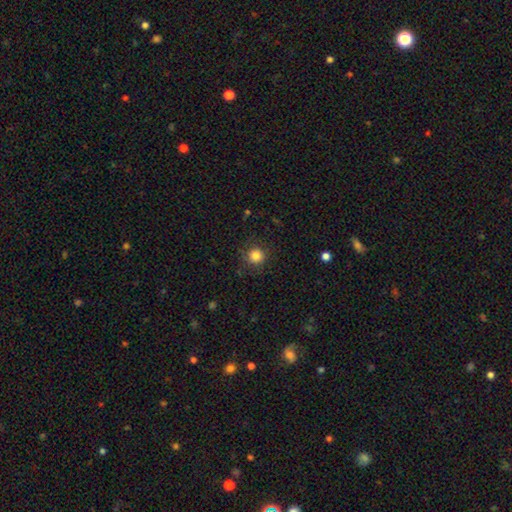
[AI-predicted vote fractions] Q: Smooth or featured?
A: smooth (83%); runner-up: star or artifact (12%)
Q: How rounded?
A: round (94%); runner-up: in between (5%)
Q: Merging?
A: none (85%); runner-up: minor disturbance (10%)